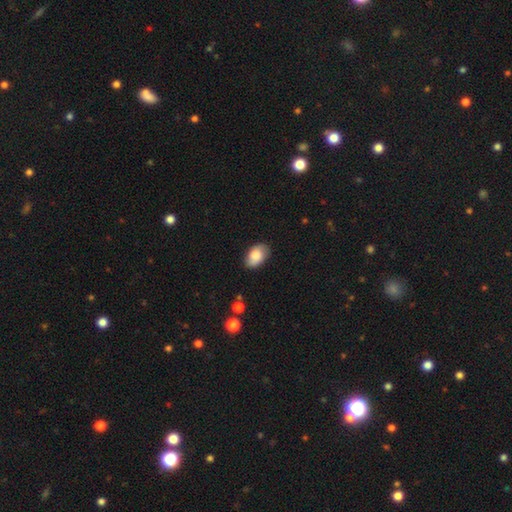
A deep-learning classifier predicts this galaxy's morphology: A smooth galaxy with no disk features (79%) that is in between round and cigar-shaped (91%).

Vote fractions:
- Smooth or featured? smooth: 79% / featured or disk: 14% / star or artifact: 7%
- How rounded? in between: 91% / round: 8% / cigar-shaped: 1%
- Merging? none: 79% / minor disturbance: 16% / major disturbance: 3% / merger: 1%